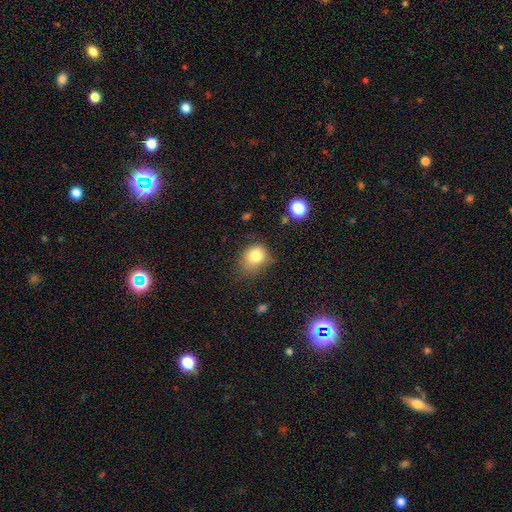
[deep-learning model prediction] A smooth galaxy with no disk features (79%) that is round (56%).

Vote fractions:
- Smooth or featured? smooth: 79% / star or artifact: 12% / featured or disk: 10%
- How rounded? round: 56% / in between: 44% / cigar-shaped: 1%
- Merging? none: 52% / minor disturbance: 32% / major disturbance: 13% / merger: 3%